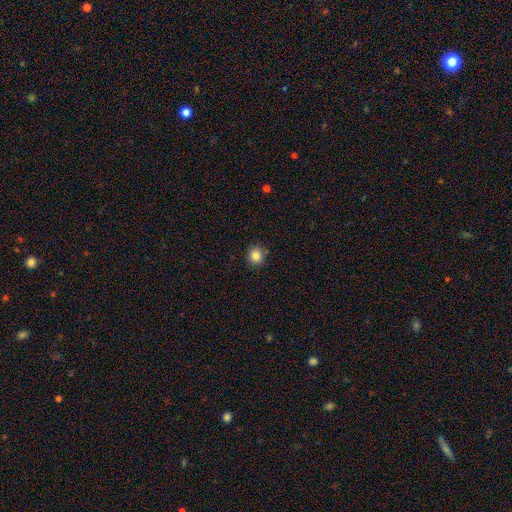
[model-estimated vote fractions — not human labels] Smooth or featured: smooth — 83% (star or artifact — 11%)
How rounded: round — 91% (in between — 8%)
Merging: none — 89% (minor disturbance — 8%)